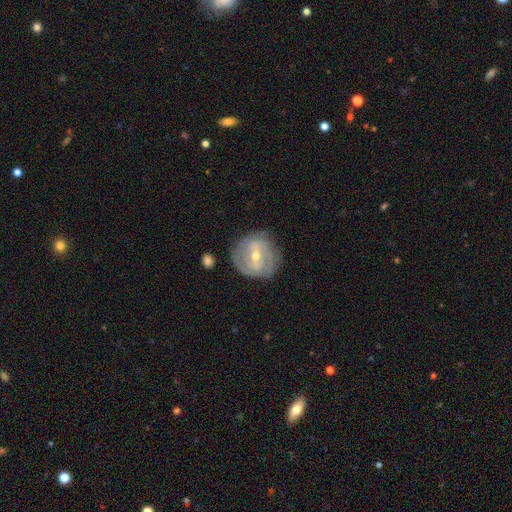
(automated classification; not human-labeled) smooth_or_featured: featured or disk (p=0.86) [alt: smooth p=0.09]
disk_edge_on: no (p=0.97) [alt: yes p=0.03]
bar: weak (p=0.47) [alt: strong p=0.33]
has_spiral_arms: yes (p=0.94) [alt: no p=0.06]
spiral_winding: tight (p=0.64) [alt: medium p=0.30]
spiral_arm_count: 2 (p=0.41) [alt: 3 p=0.24]
bulge_size: moderate (p=0.52) [alt: small p=0.45]
merging: none (p=0.80) [alt: minor disturbance p=0.14]